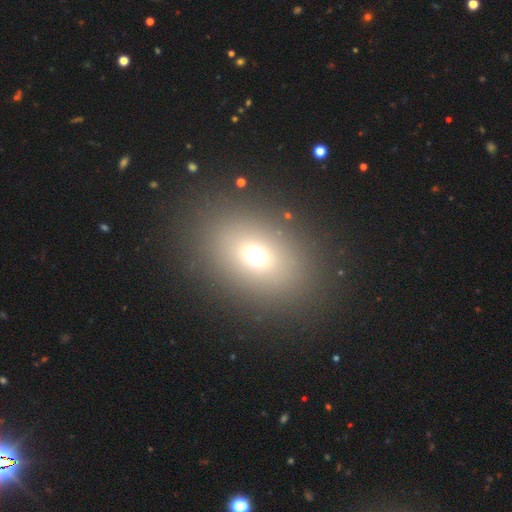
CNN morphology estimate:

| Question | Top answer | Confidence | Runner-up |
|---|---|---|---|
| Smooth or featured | smooth | 67% | star or artifact (20%) |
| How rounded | in between | 65% | round (33%) |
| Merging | none | 85% | minor disturbance (8%) |